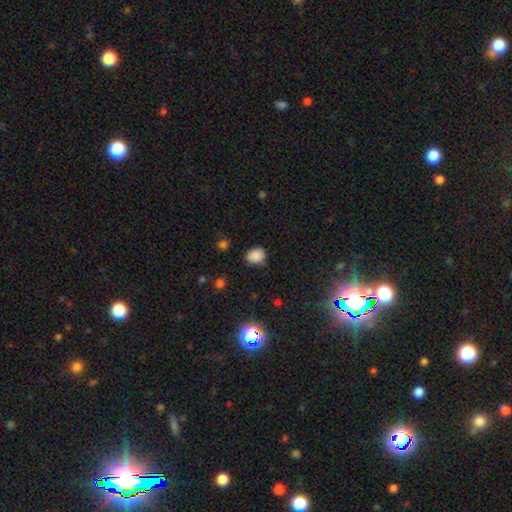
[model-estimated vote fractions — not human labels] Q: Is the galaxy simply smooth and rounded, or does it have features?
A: smooth — 84%.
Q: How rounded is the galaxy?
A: round — 57%.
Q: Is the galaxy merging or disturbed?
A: none — 72%.